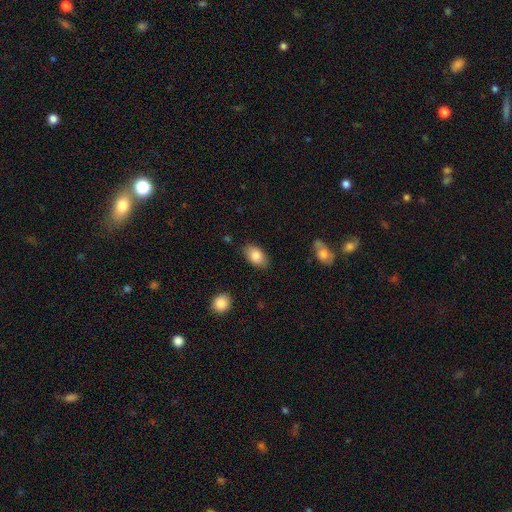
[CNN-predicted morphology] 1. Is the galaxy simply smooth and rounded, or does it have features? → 84% smooth, 10% featured or disk, 7% star or artifact.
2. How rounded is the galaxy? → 92% in between, 6% round, 2% cigar-shaped.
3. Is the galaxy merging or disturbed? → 84% none, 11% minor disturbance, 3% major disturbance, 2% merger.